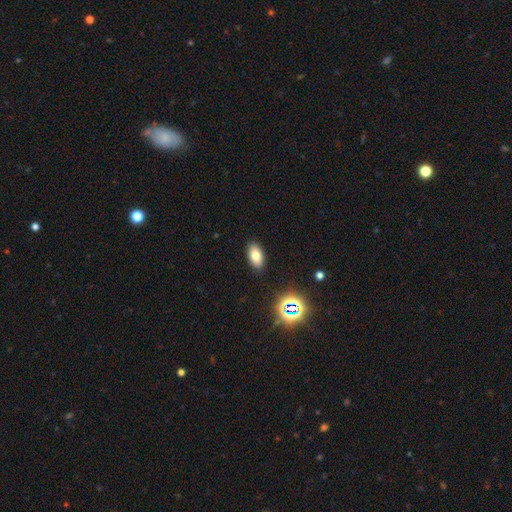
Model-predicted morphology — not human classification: This appears to be a smooth galaxy with no disk features (74%) that is in between round and cigar-shaped (91%). Merging: none (89%).